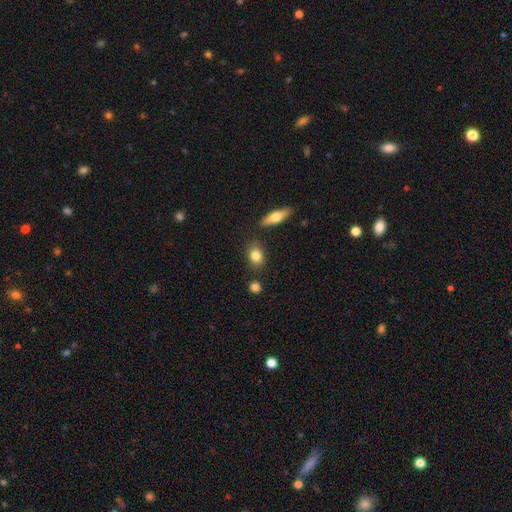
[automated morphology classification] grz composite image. It shows a smooth galaxy with no disk features (83%) that is in between round and cigar-shaped (66%). Merging: none (80%).